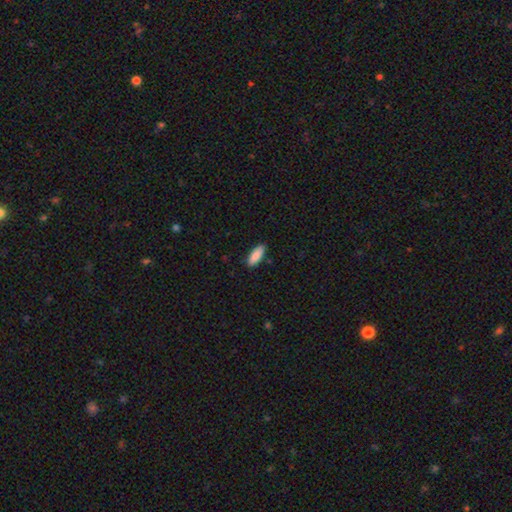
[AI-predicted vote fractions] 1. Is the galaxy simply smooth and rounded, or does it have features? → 88% smooth, 6% star or artifact, 6% featured or disk.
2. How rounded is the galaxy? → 71% in between, 27% cigar-shaped, 2% round.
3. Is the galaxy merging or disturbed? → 86% none, 11% minor disturbance, 2% major disturbance, 1% merger.